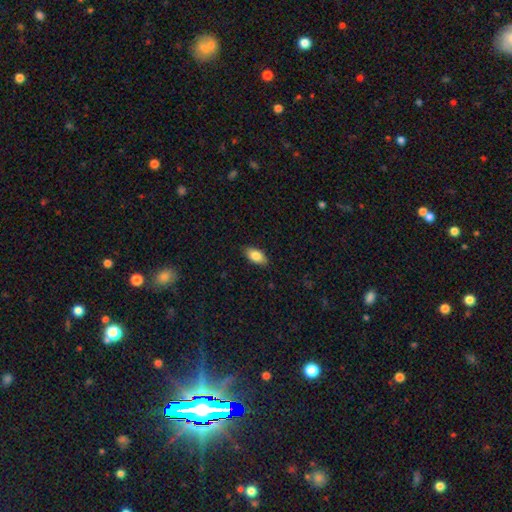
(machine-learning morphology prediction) smooth 84%, featured or disk 9%, star or artifact 7%. Down the decision tree: how rounded — in between (91%); merging — none (86%).